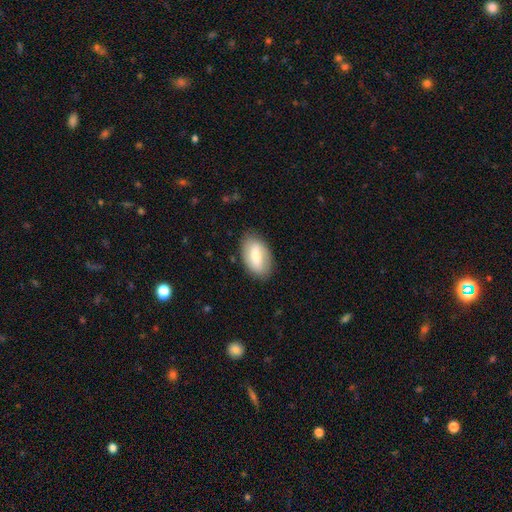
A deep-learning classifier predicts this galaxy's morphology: This appears to be a smooth galaxy with no disk features (62%) that is in between round and cigar-shaped (92%). Merging: none (83%).